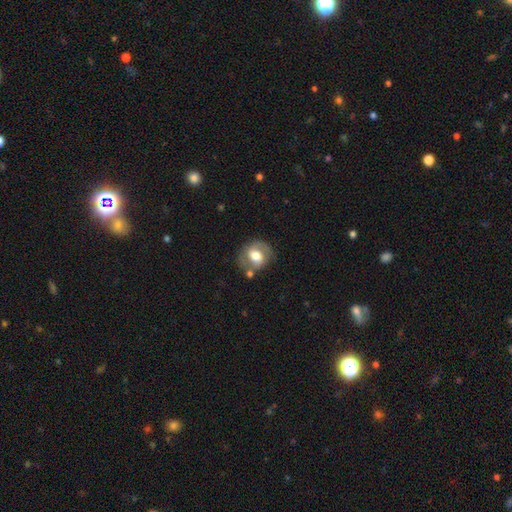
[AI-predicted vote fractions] This appears to be a smooth galaxy with no disk features (47%). Merging: none (63%).